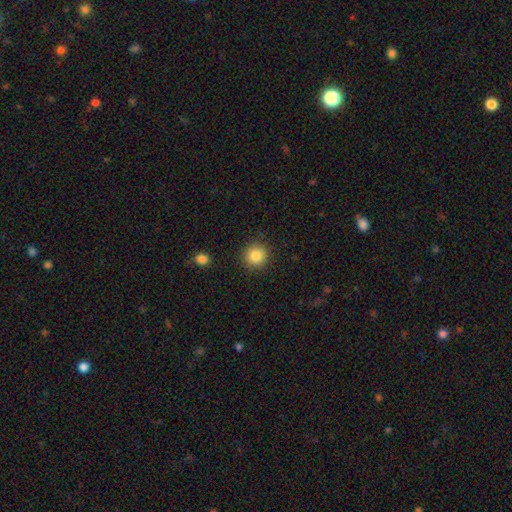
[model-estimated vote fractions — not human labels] smooth-or-featured: smooth: 85% | star or artifact: 10% | featured or disk: 5%
  how-rounded: round: 92% | in between: 7% | cigar-shaped: 1%
  merging: none: 90% | minor disturbance: 6% | major disturbance: 2% | merger: 1%